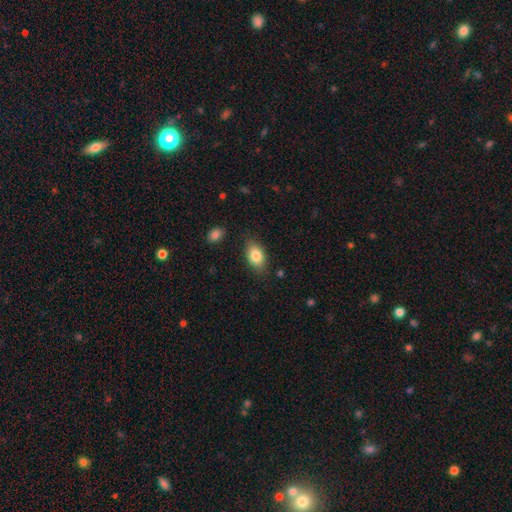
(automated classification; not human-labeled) smooth 83%, featured or disk 10%, star or artifact 7%. Down the decision tree: how rounded — in between (88%); merging — none (81%).